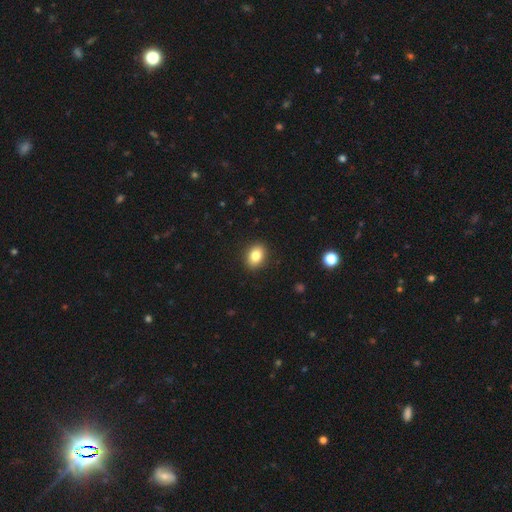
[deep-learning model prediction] Q: Smooth or featured?
A: smooth (83%); runner-up: star or artifact (9%)
Q: How rounded?
A: in between (68%); runner-up: round (31%)
Q: Merging?
A: none (90%); runner-up: minor disturbance (7%)